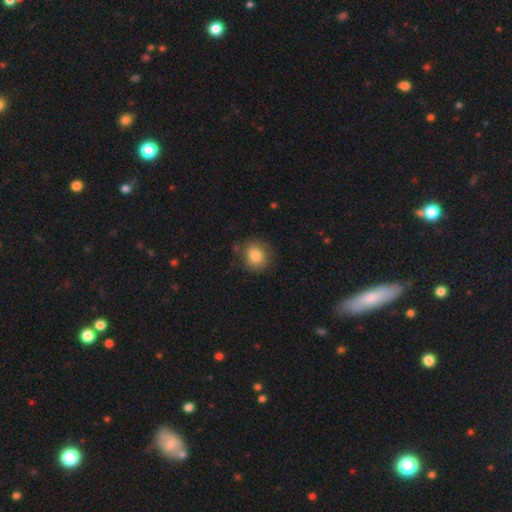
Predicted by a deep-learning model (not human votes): The model was most divided on "merging": none: 79%, minor disturbance: 15%, major disturbance: 4%, merger: 2%. More confident: how rounded — round (82%); smooth or featured — smooth (81%).